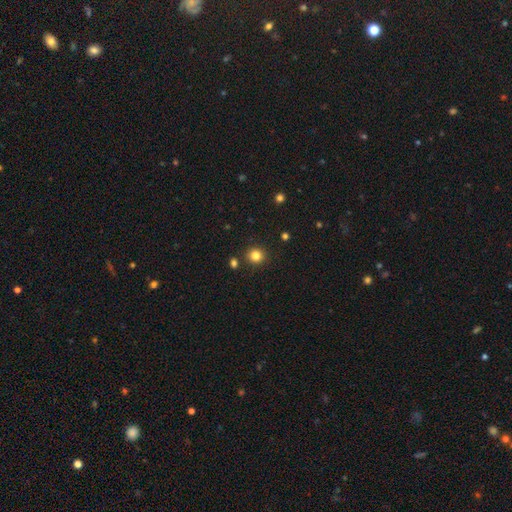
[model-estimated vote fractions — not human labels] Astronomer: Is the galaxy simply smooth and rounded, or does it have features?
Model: smooth — 82%.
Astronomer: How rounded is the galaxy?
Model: round — 90%.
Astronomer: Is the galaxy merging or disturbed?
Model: none — 89%.